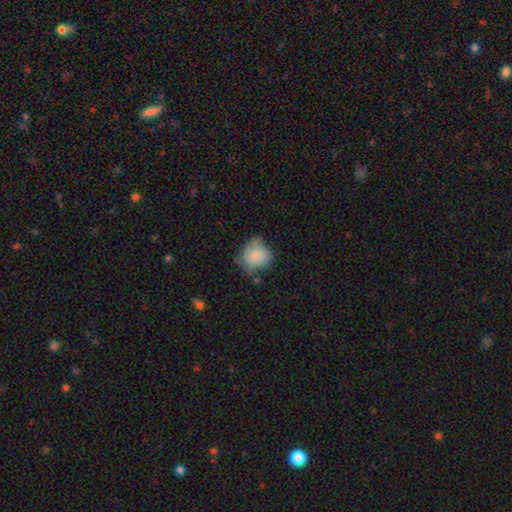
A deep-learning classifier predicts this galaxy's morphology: A smooth galaxy with no disk features (76%) that is round (73%). Merging: none (46%).